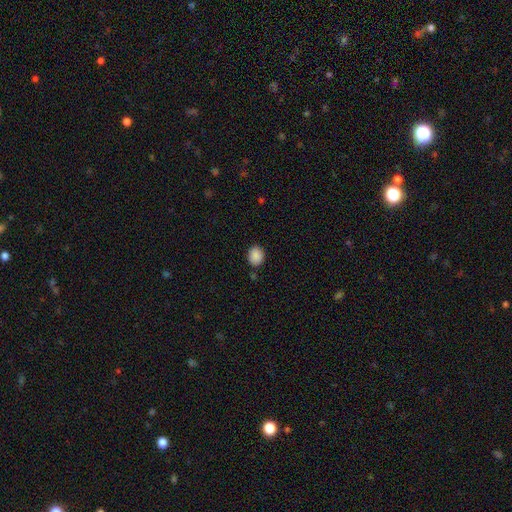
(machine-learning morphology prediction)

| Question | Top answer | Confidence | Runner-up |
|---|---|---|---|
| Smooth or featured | smooth | 89% | star or artifact (8%) |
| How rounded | round | 58% | in between (41%) |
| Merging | none | 84% | minor disturbance (11%) |